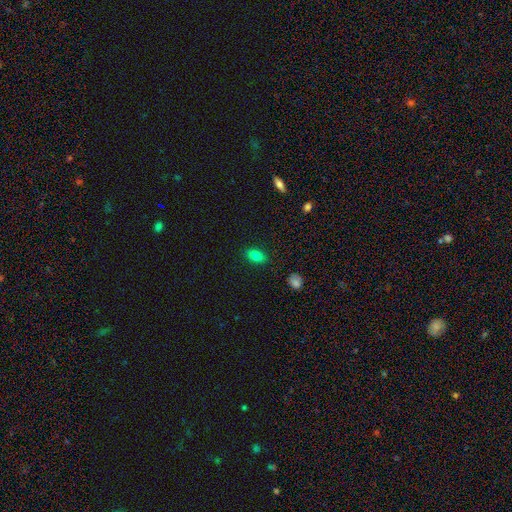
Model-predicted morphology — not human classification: type=smooth (81%); roundness=in between (86%); merging=none (87%).